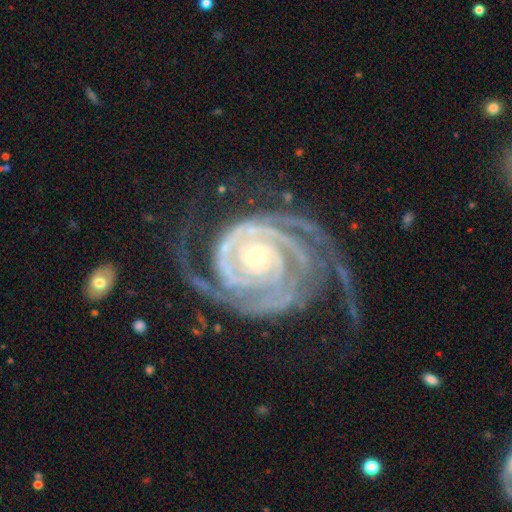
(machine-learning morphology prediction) smooth-or-featured: featured or disk: 94% | star or artifact: 4% | smooth: 2%
  disk-edge-on: no: 98% | yes: 2%
    bar: no: 66% | weak: 21% | strong: 13%
    has-spiral-arms: yes: 99% | no: 1%
      spiral-winding: tight: 78% | medium: 18% | loose: 4%
      spiral-arm-count: 2: 37% | 3: 26% | can't tell: 12% | 4: 11% | more than 4: 7% | 1: 7%
    bulge-size: small: 49% | moderate: 46% | large: 3% | none: 1% | dominant: 1%
  merging: none: 58% | major disturbance: 21% | minor disturbance: 19% | merger: 2%